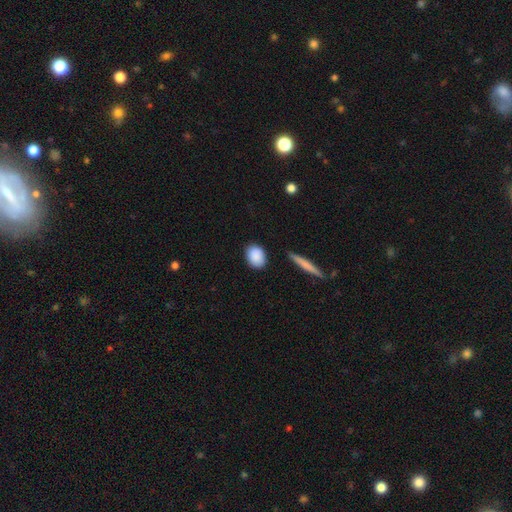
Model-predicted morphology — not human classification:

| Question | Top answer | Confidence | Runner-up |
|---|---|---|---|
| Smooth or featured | smooth | 89% | star or artifact (6%) |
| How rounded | in between | 66% | round (31%) |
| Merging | none | 85% | minor disturbance (10%) |